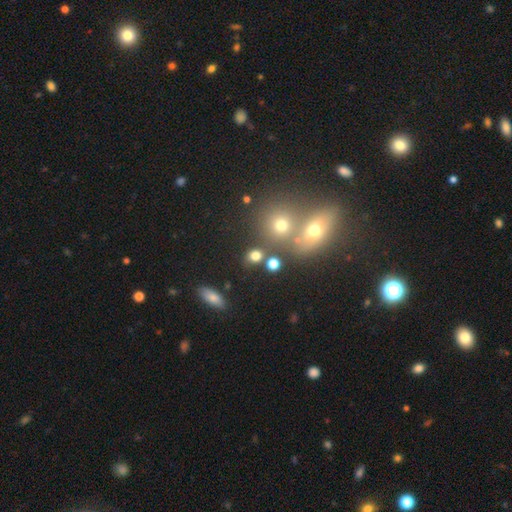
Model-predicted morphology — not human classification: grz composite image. It shows a smooth galaxy with no disk features (73%) that is round (63%). Merging: none (71%).